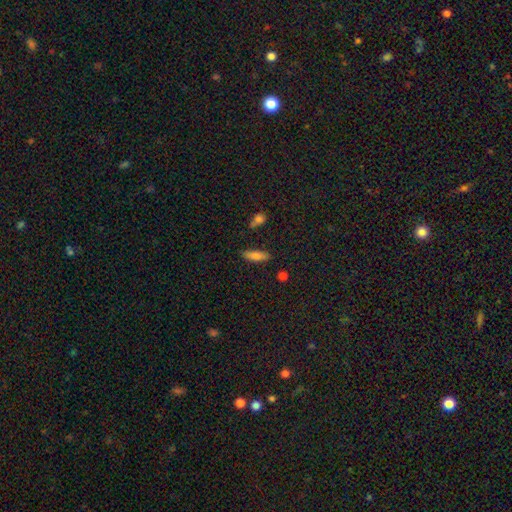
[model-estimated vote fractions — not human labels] Morphology: type=smooth (79%); roundness=in between (56%); merging=none (82%).